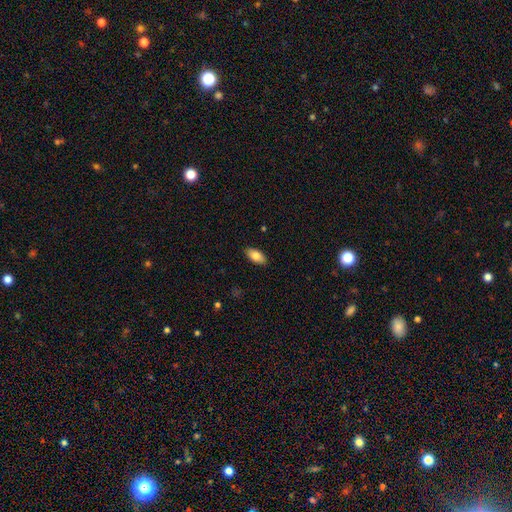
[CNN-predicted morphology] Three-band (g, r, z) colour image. It shows a smooth galaxy with no disk features (81%) that is in between round and cigar-shaped (90%). Merging: none (89%).